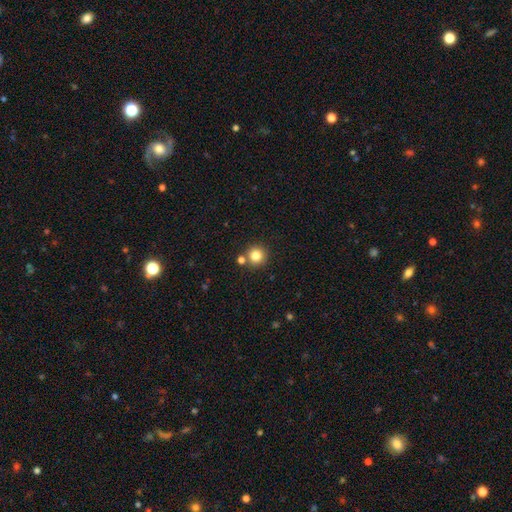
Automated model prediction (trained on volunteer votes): The model was most divided on "merging": none: 79%, merger: 12%, minor disturbance: 7%, major disturbance: 2%. More confident: how rounded — round (94%); smooth or featured — smooth (81%).